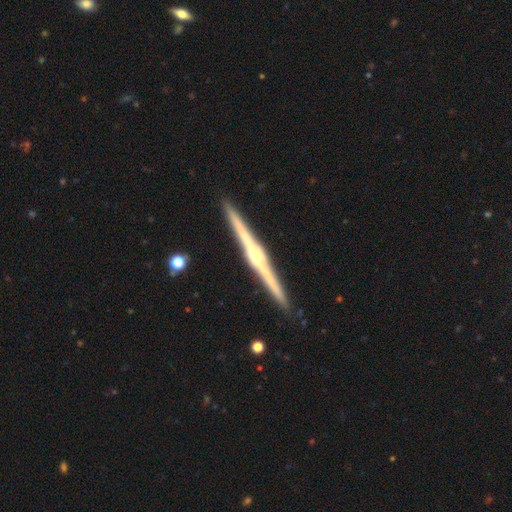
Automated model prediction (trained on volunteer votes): This appears to be a featured or disk galaxy (87%) viewed edge-on (99%) with a rounded central bulge (82%). Merging: none (92%).